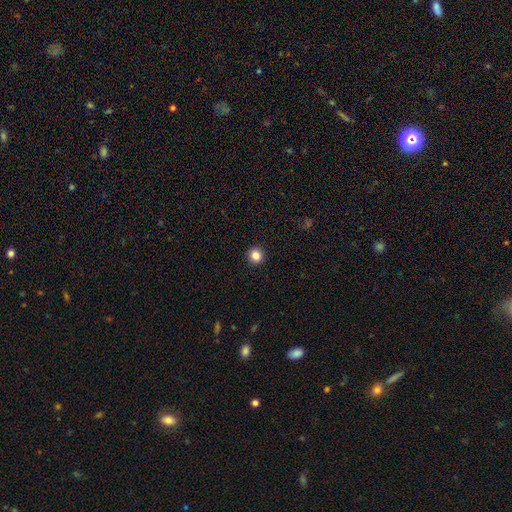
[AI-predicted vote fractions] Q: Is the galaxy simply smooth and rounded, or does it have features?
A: smooth — 84%.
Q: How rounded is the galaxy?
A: round — 94%.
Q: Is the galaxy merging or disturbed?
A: none — 94%.